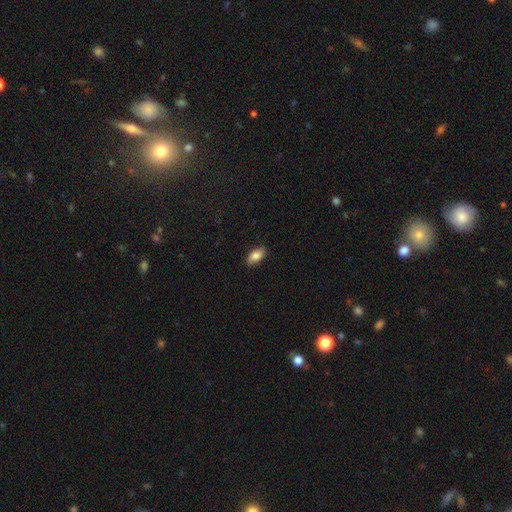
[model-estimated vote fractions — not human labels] A smooth galaxy with no disk features (85%) that is in between round and cigar-shaped (91%).

Vote fractions:
- Smooth or featured? smooth: 85% / featured or disk: 8% / star or artifact: 7%
- How rounded? in between: 91% / cigar-shaped: 5% / round: 3%
- Merging? none: 89% / minor disturbance: 9% / major disturbance: 2% / merger: 1%